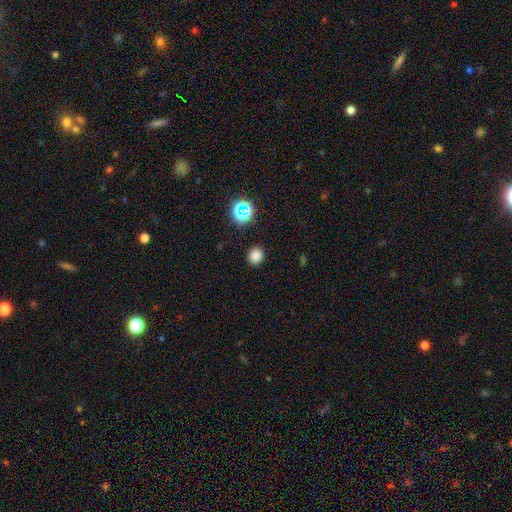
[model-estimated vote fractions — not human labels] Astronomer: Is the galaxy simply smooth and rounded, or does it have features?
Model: smooth — 80%.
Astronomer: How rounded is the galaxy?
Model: round — 87%.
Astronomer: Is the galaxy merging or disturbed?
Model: none — 90%.